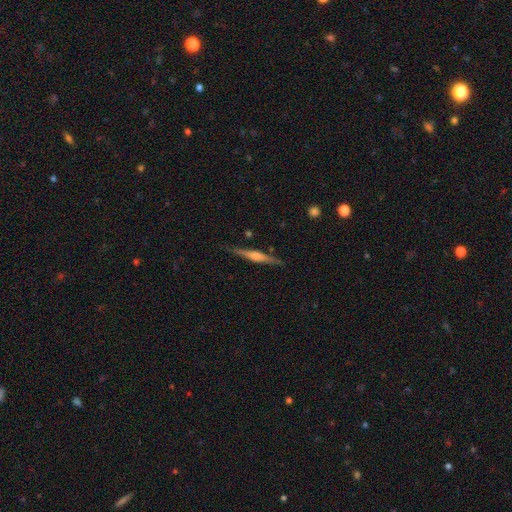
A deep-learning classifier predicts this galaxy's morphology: featured or disk 77%, smooth 17%, star or artifact 6%. Down the decision tree: edge-on disk — yes (98%); edge-on bulge — rounded (69%); merging — none (89%).